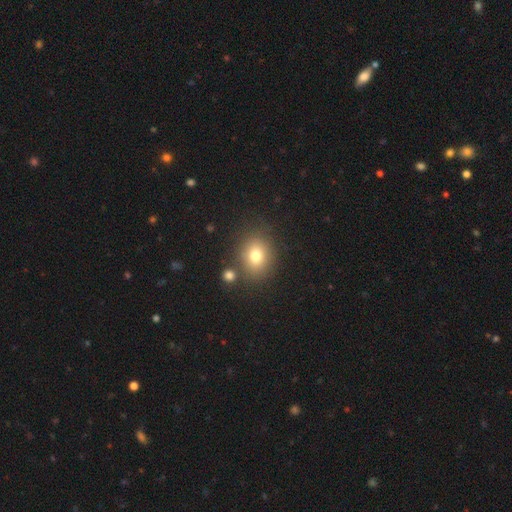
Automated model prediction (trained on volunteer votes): Q: Smooth or featured?
A: smooth (76%); runner-up: star or artifact (13%)
Q: How rounded?
A: round (63%); runner-up: in between (36%)
Q: Merging?
A: none (77%); runner-up: minor disturbance (10%)